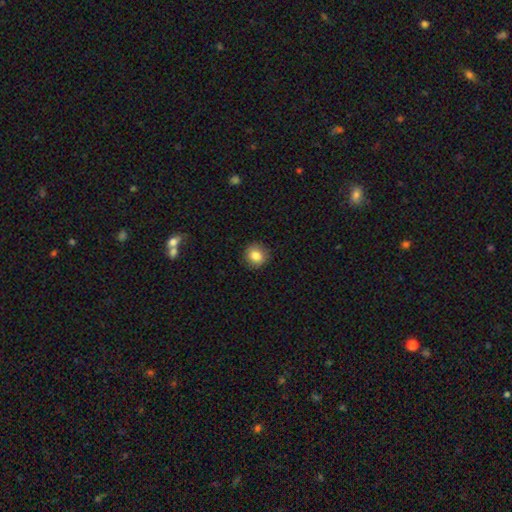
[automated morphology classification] The model was most divided on "smooth or featured": smooth: 84%, star or artifact: 10%, featured or disk: 6%. More confident: merging — none (90%); how rounded — round (88%).